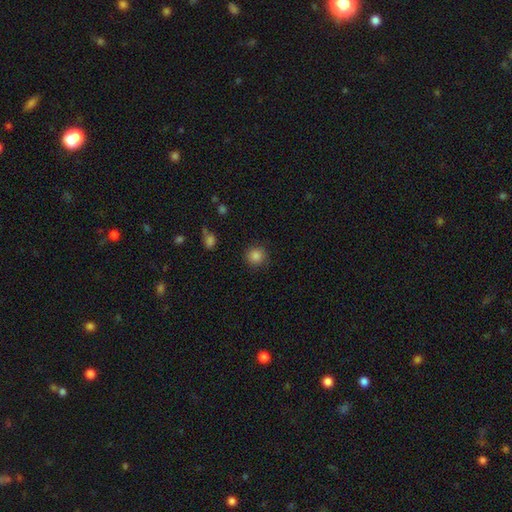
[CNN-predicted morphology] Overall: smooth (85%). How rounded: round (93%). Merging: none (88%).